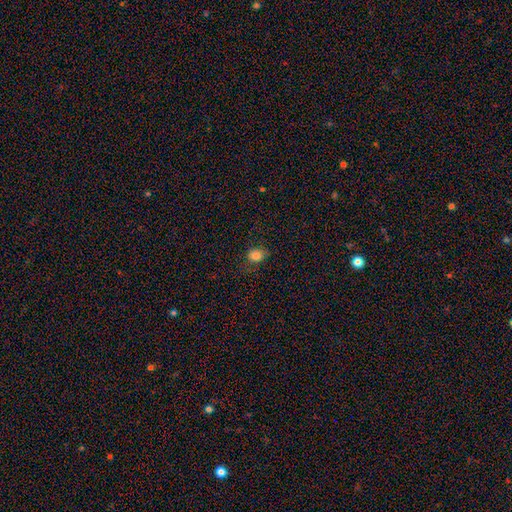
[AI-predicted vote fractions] smooth_or_featured: smooth (p=0.82) [alt: star or artifact p=0.12]
how_rounded: in between (p=0.53) [alt: round p=0.46]
merging: none (p=0.70) [alt: minor disturbance p=0.22]